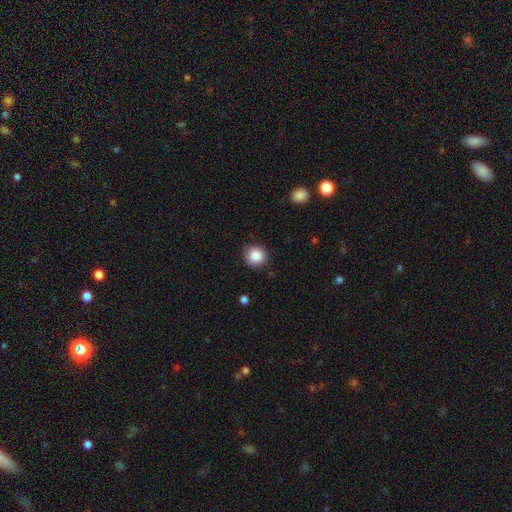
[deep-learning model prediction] Overall: smooth (86%). How rounded: round (93%). Merging: none (89%).